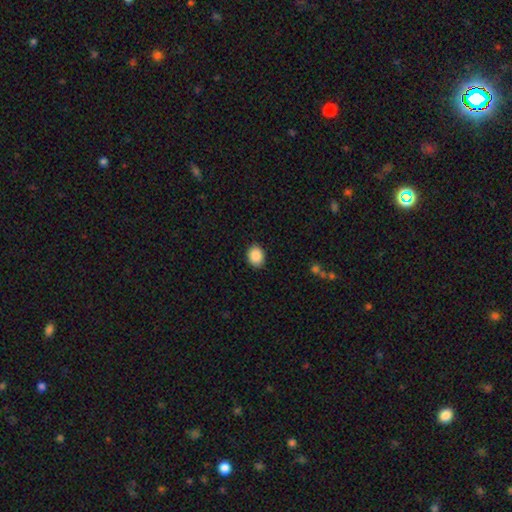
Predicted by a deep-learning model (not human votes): smooth 89%, star or artifact 8%, featured or disk 3%. Down the decision tree: how rounded — in between (55%); merging — none (89%).